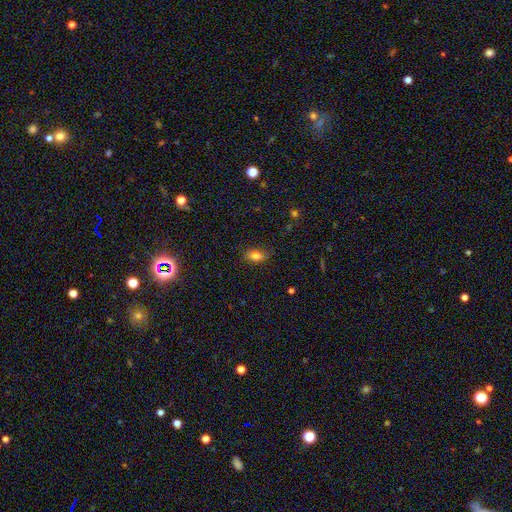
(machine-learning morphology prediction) Overall: smooth (76%). How rounded: in between (83%). Merging: none (79%).